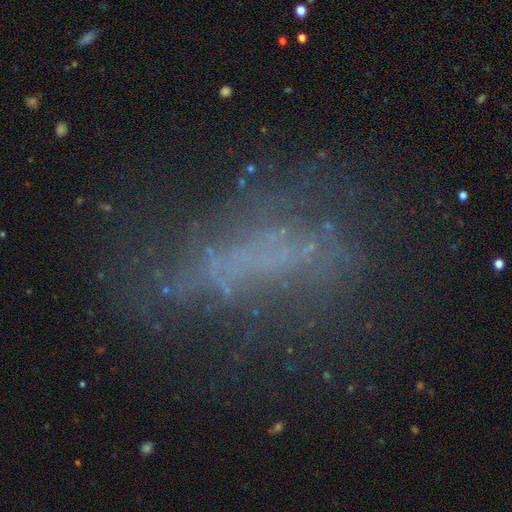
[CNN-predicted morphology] Smooth or featured?
  - featured or disk: 48% *
  - smooth: 27%
  - star or artifact: 25%
Merging?
  - none: 51% *
  - major disturbance: 26%
  - minor disturbance: 18%
  - merger: 4%